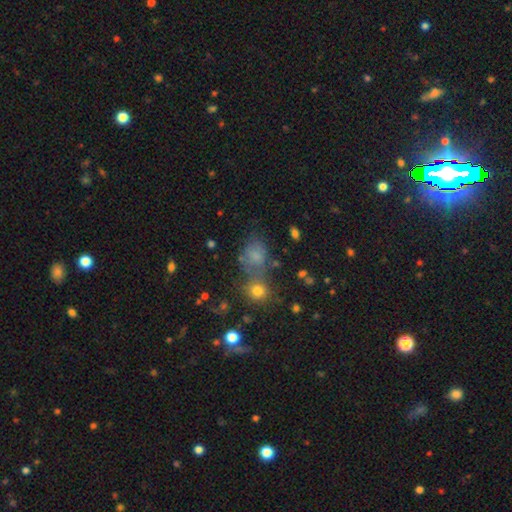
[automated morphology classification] This is likely a smooth galaxy (69%). How rounded: possibly in between (50%). Merging: possibly none (47%).